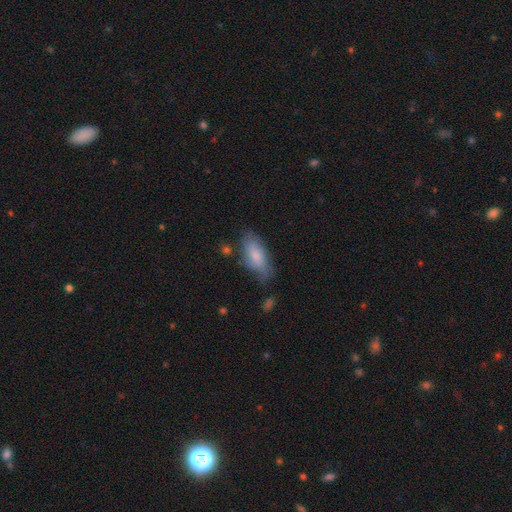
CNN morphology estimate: Smooth or featured: smooth — 78% (featured or disk — 15%)
How rounded: in between — 83% (cigar-shaped — 15%)
Merging: none — 62% (minor disturbance — 27%)